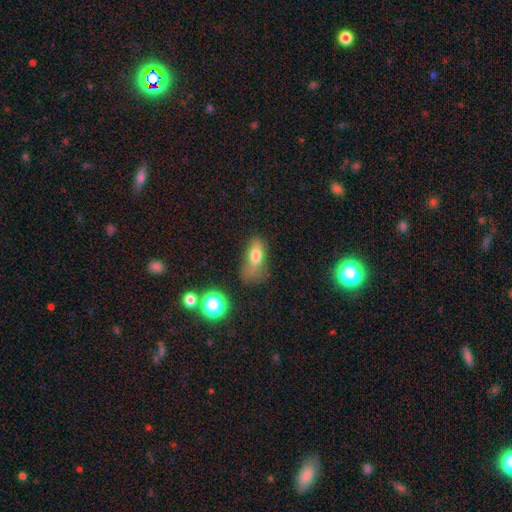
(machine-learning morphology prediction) Smooth or featured? Predicted: smooth (p=0.72). How rounded? Predicted: in between (p=0.79). Merging? Predicted: none (p=0.32).